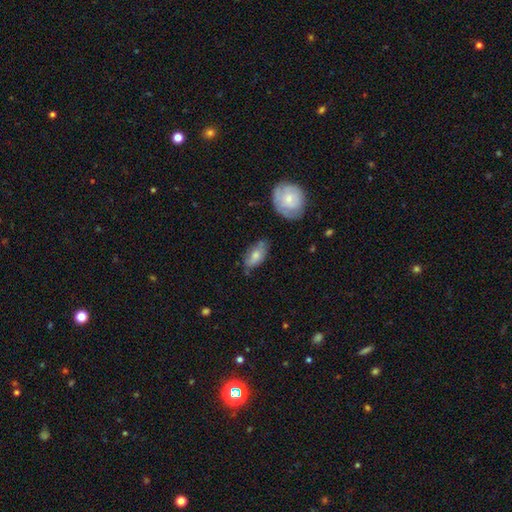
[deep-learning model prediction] This is likely a smooth galaxy (71%). How rounded: clearly in between (89%). Merging: likely none (61%).